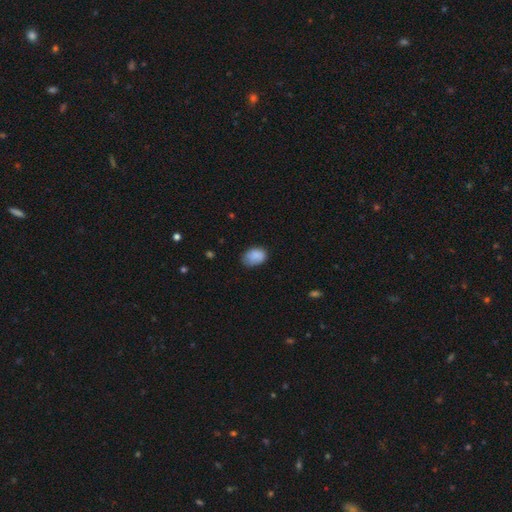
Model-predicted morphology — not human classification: Smooth or featured? smooth (87%)
How rounded? in between (79%)
Merging? none (68%)